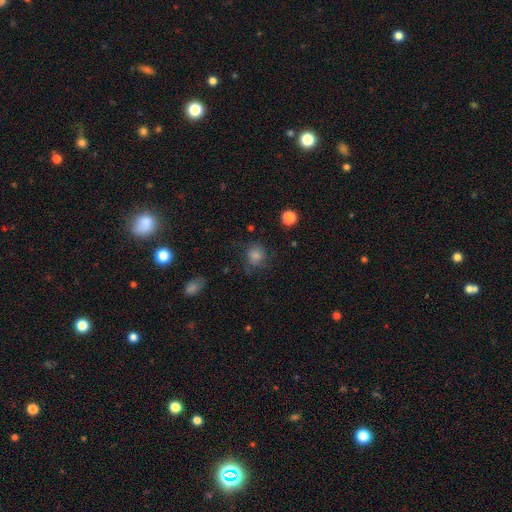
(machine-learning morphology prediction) smooth_or_featured: smooth (p=0.57) [alt: featured or disk p=0.23]
how_rounded: round (p=0.82) [alt: in between p=0.17]
merging: none (p=0.70) [alt: minor disturbance p=0.18]